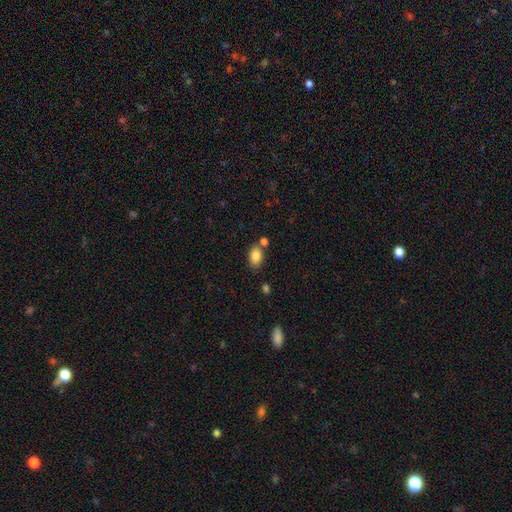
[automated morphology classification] The model was most divided on "merging": none: 67%, merger: 16%, minor disturbance: 13%, major disturbance: 4%. More confident: how rounded — in between (86%); smooth or featured — smooth (86%).